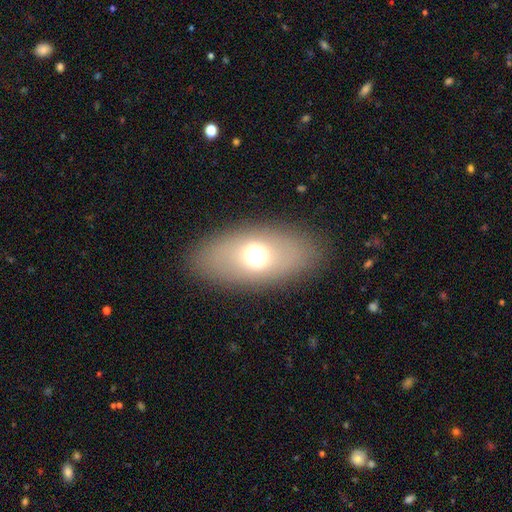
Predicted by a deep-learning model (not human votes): Smooth or featured?
  - smooth: 59% *
  - featured or disk: 27%
  - star or artifact: 13%
How rounded?
  - in between: 83% *
  - round: 13%
  - cigar-shaped: 3%
Merging?
  - none: 84% *
  - minor disturbance: 9%
  - major disturbance: 6%
  - merger: 1%